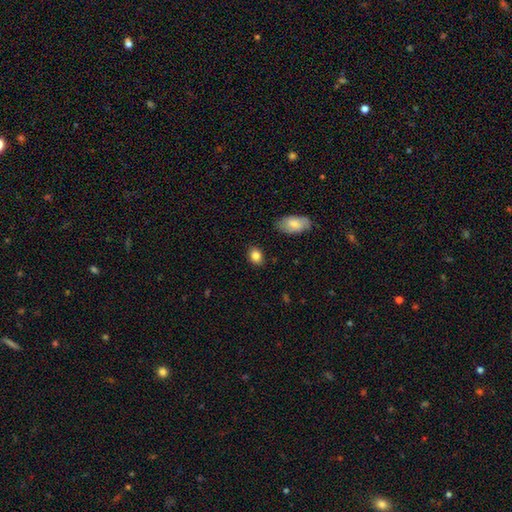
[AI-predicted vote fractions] This is clearly a smooth galaxy (84%). How rounded: likely in between (69%). Merging: clearly none (86%).